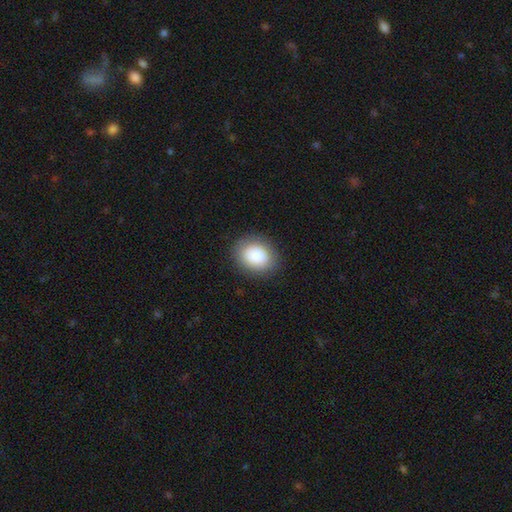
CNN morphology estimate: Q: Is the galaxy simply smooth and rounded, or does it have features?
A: smooth — 87%.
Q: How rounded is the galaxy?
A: in between — 53%.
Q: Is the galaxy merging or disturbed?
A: none — 87%.